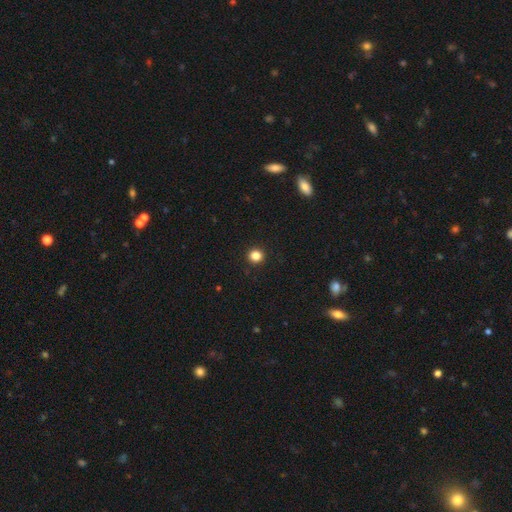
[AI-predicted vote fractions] Morphology: type=smooth (84%); roundness=round (92%); merging=none (93%).